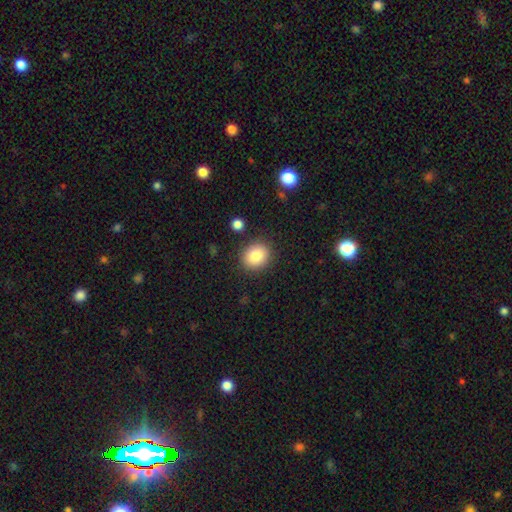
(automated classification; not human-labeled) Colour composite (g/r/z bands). It shows a smooth galaxy with no disk features (83%) that is round (64%). Merging: none (86%).